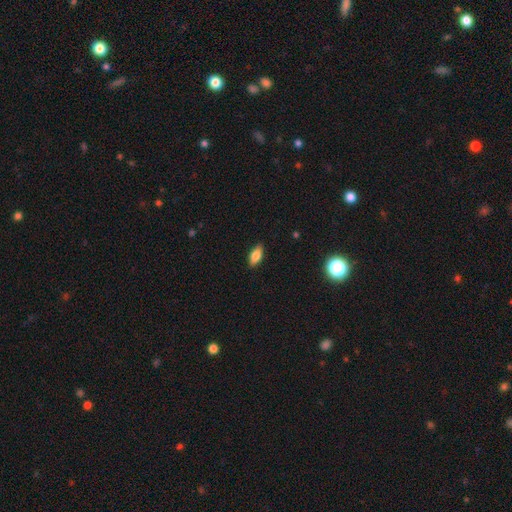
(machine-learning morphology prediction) smooth_or_featured: smooth (p=0.76) [alt: featured or disk p=0.17]
how_rounded: in between (p=0.84) [alt: cigar-shaped p=0.12]
merging: none (p=0.87) [alt: minor disturbance p=0.10]